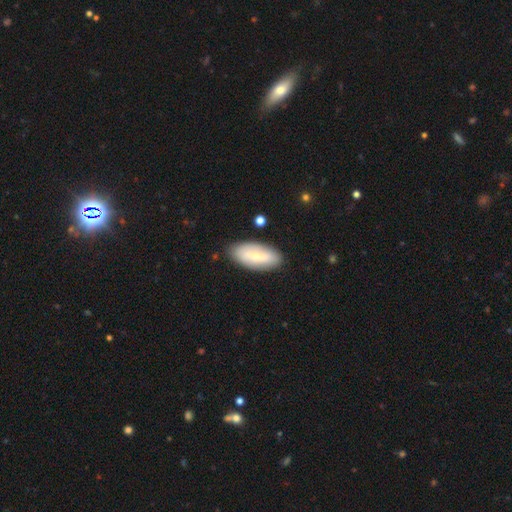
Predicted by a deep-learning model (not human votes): This appears to be a smooth galaxy with no disk features (56%) that is in between round and cigar-shaped (85%). Merging: none (85%).